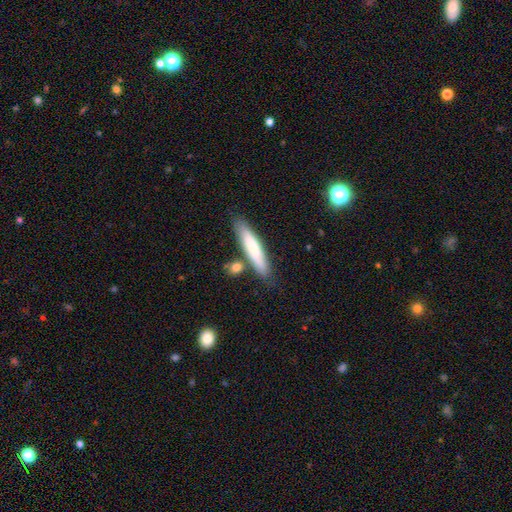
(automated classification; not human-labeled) A smooth galaxy with no disk features (70%) that is cigar-shaped (85%). Merging: none (76%).